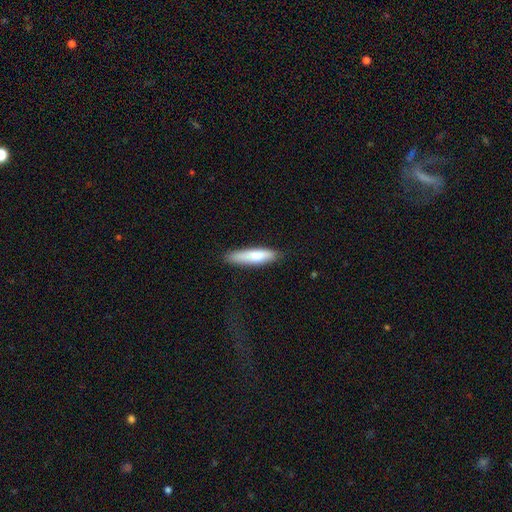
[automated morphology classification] A smooth galaxy with no disk features (79%) that is cigar-shaped (76%). Merging: none (79%).